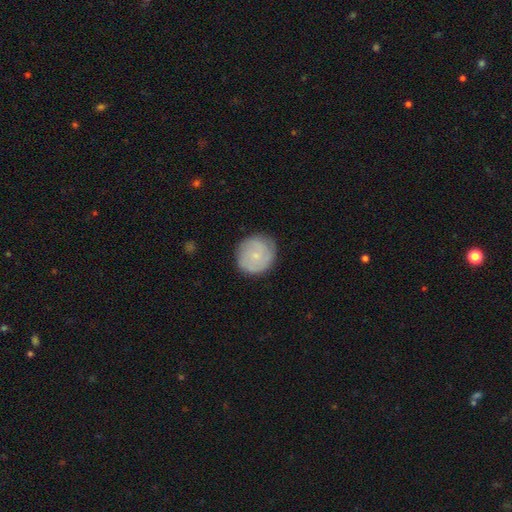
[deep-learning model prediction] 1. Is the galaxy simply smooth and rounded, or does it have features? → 48% smooth, 45% featured or disk, 7% star or artifact.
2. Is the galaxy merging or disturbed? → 82% none, 14% minor disturbance, 3% major disturbance, 1% merger.